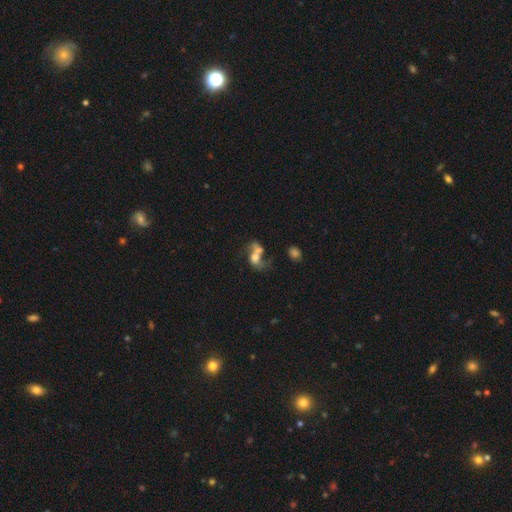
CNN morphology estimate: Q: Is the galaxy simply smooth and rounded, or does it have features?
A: smooth — 51%.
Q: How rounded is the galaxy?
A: in between — 65%.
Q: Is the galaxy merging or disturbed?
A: merger — 57%.